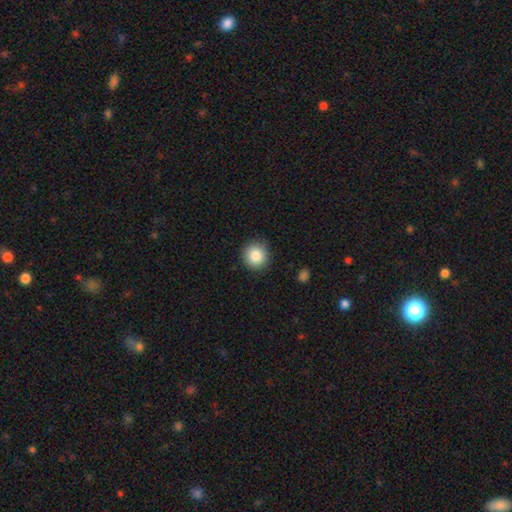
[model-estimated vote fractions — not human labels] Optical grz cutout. It shows a smooth galaxy with no disk features (85%) that is round (92%). Merging: none (89%).